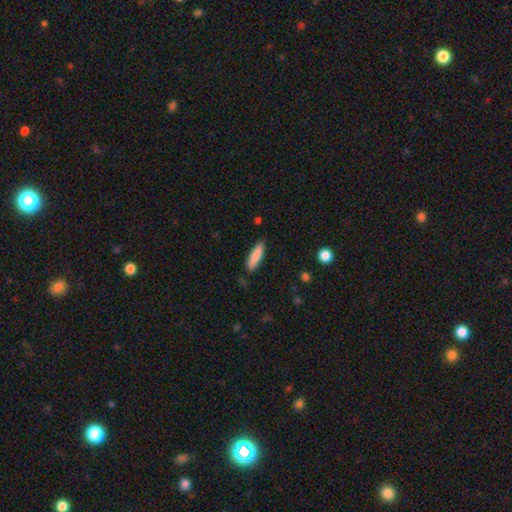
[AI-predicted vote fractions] Q: Smooth or featured?
A: smooth (85%); runner-up: featured or disk (9%)
Q: How rounded?
A: cigar-shaped (68%); runner-up: in between (31%)
Q: Merging?
A: none (83%); runner-up: minor disturbance (13%)